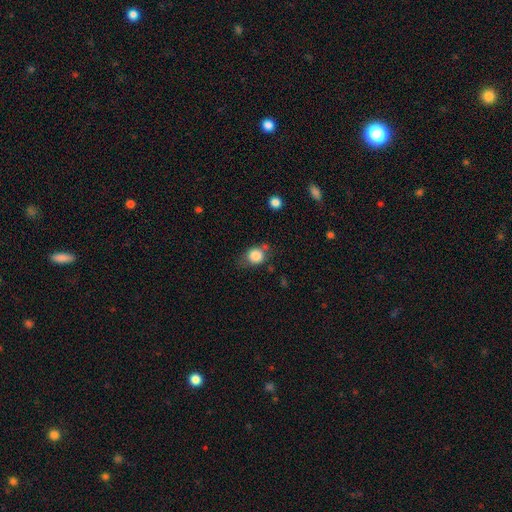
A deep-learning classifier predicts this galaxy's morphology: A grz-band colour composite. It shows a smooth galaxy with no disk features (82%) that is round (66%). Merging: none (60%).